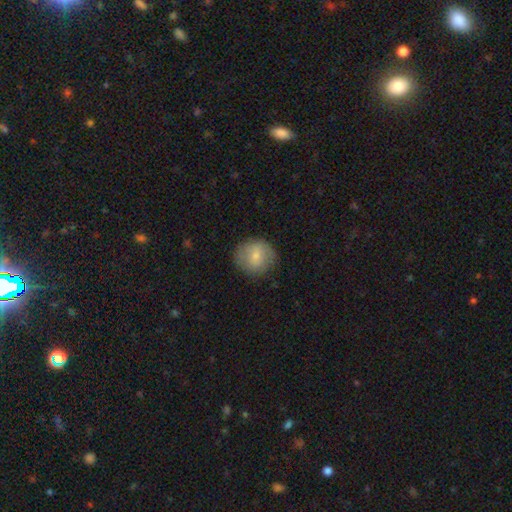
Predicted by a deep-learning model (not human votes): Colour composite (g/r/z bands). It shows a smooth galaxy with no disk features (75%) that is round (88%). Merging: none (81%).